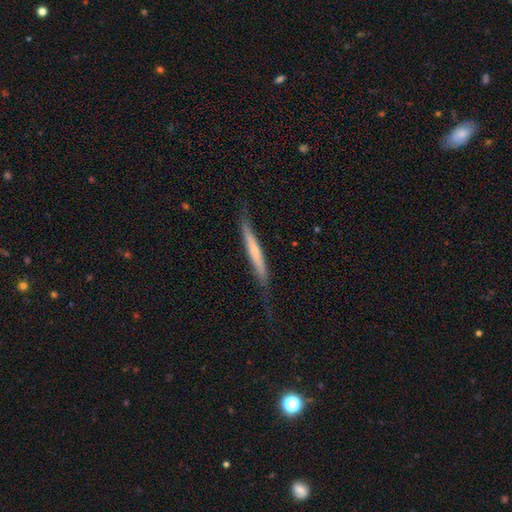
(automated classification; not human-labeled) A featured or disk galaxy (59%) viewed edge-on (90%) with no central bulge (55%).

Vote fractions:
- Smooth or featured? featured or disk: 59% / smooth: 34% / star or artifact: 7%
- Edge-on disk? yes: 90% / no: 10%
- Edge-on bulge? none: 55% / rounded: 37% / boxy: 8%
- Merging? none: 66% / minor disturbance: 25% / major disturbance: 7% / merger: 2%